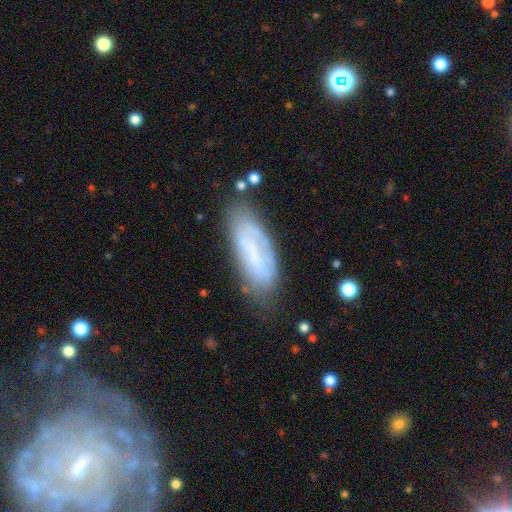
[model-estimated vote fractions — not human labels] Smooth or featured? Predicted: smooth (p=0.47). Merging? Predicted: none (p=0.60).